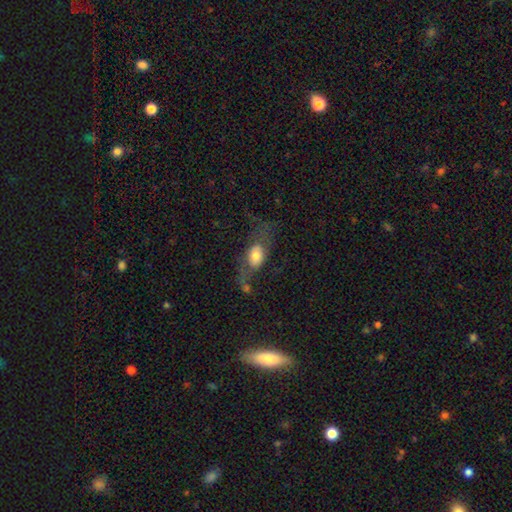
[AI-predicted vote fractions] Smooth or featured? smooth (58%)
How rounded? in between (75%)
Merging? major disturbance (38%)